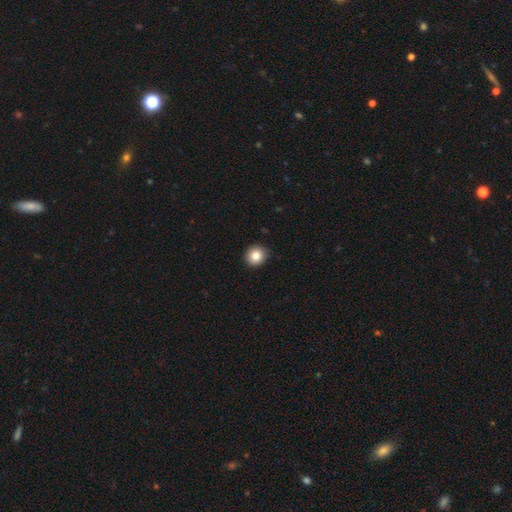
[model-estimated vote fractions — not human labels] Q: Smooth or featured?
A: smooth (83%); runner-up: star or artifact (9%)
Q: How rounded?
A: round (88%); runner-up: in between (11%)
Q: Merging?
A: none (92%); runner-up: minor disturbance (6%)